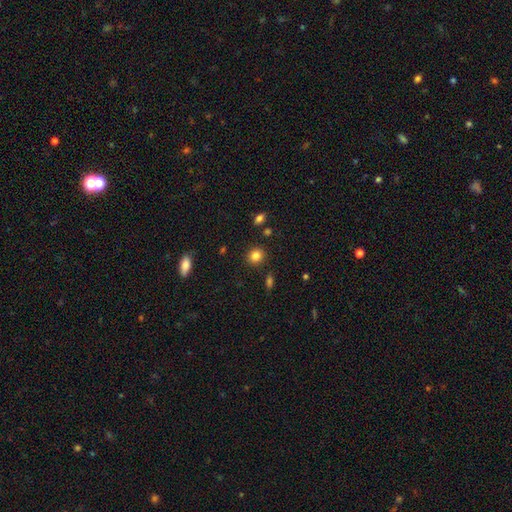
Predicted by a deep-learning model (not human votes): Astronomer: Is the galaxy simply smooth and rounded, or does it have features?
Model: smooth — 83%.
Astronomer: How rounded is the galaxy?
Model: round — 83%.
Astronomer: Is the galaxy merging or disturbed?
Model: none — 88%.